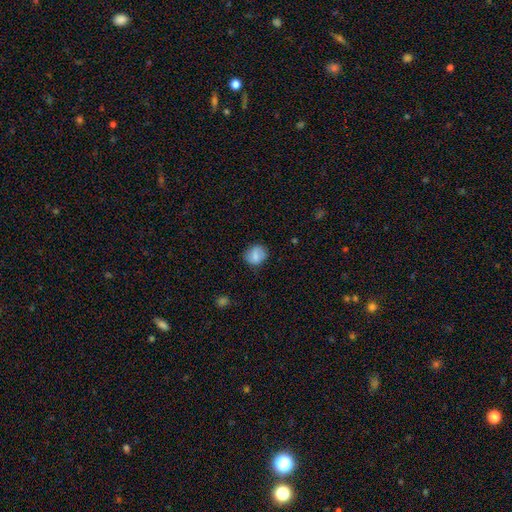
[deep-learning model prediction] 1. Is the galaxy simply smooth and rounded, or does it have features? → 76% smooth, 15% featured or disk, 9% star or artifact.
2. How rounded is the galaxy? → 72% round, 27% in between, 1% cigar-shaped.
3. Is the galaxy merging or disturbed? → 76% none, 18% minor disturbance, 5% major disturbance, 2% merger.